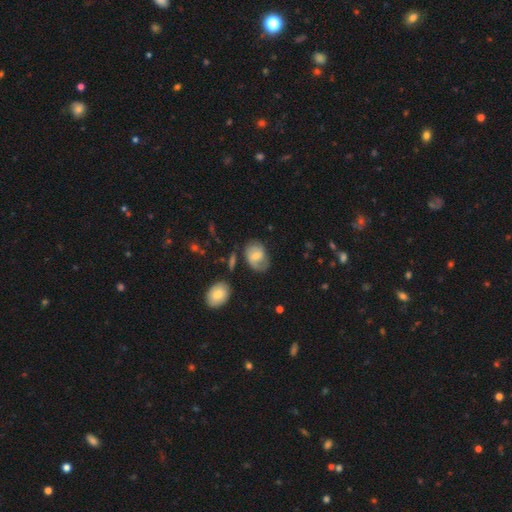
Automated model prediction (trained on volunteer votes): smooth_or_featured: featured or disk (p=0.47) [alt: smooth p=0.45]
merging: none (p=0.60) [alt: minor disturbance p=0.26]